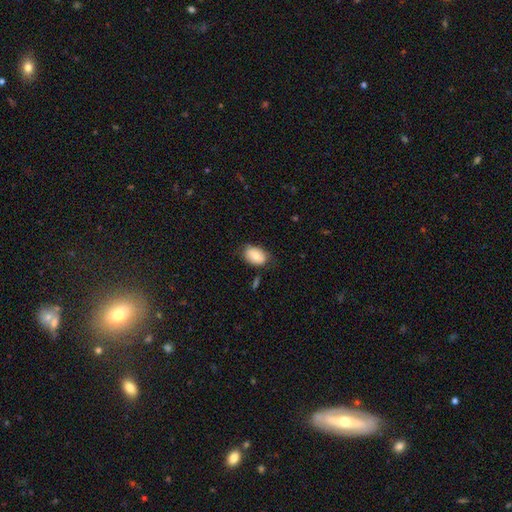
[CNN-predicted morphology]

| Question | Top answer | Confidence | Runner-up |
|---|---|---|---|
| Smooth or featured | smooth | 77% | featured or disk (16%) |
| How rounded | in between | 84% | round (14%) |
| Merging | none | 70% | minor disturbance (23%) |